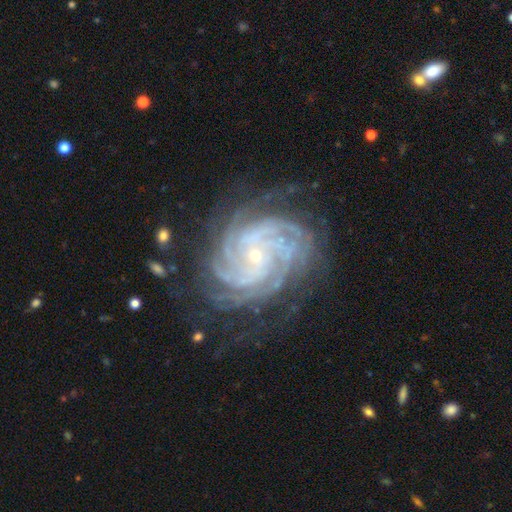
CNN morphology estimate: type=featured or disk (92%); edge-on=no (98%); bar=no (69%); spiral arms=yes (99%); winding=tight (80%); arm count=more than 4 (38%); bulge=small (84%); merging=none (78%).